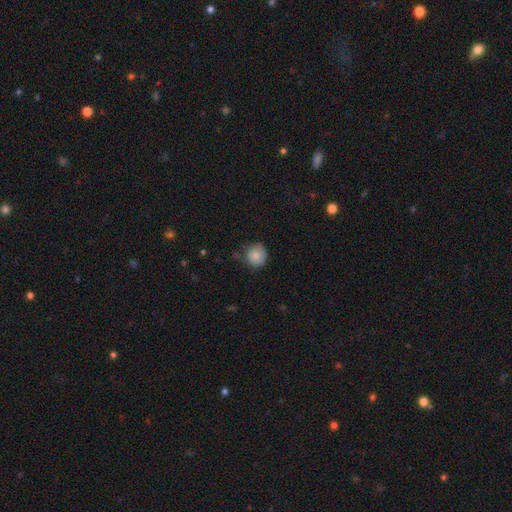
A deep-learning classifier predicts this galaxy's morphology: Smooth or featured?
  - smooth: 87% *
  - star or artifact: 8%
  - featured or disk: 5%
How rounded?
  - round: 87% *
  - in between: 12%
  - cigar-shaped: 1%
Merging?
  - none: 73% *
  - minor disturbance: 20%
  - major disturbance: 4%
  - merger: 2%